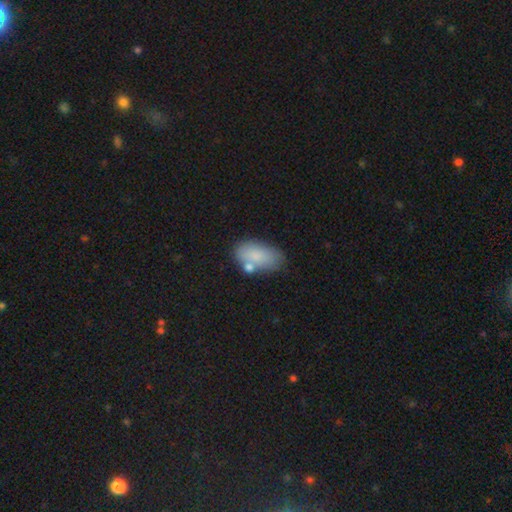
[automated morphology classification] A smooth galaxy with no disk features (81%) that is in between round and cigar-shaped (93%). Merging: none (61%).